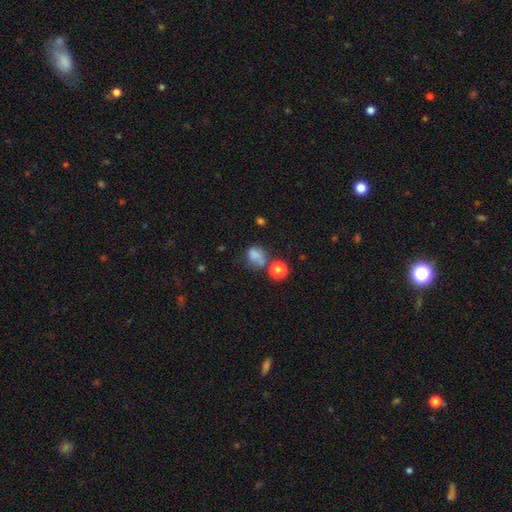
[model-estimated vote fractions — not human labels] Smooth or featured?
  - smooth: 68% *
  - featured or disk: 17%
  - star or artifact: 16%
How rounded?
  - round: 51% *
  - in between: 47%
  - cigar-shaped: 1%
Merging?
  - none: 35% *
  - merger: 23%
  - minor disturbance: 23%
  - major disturbance: 20%